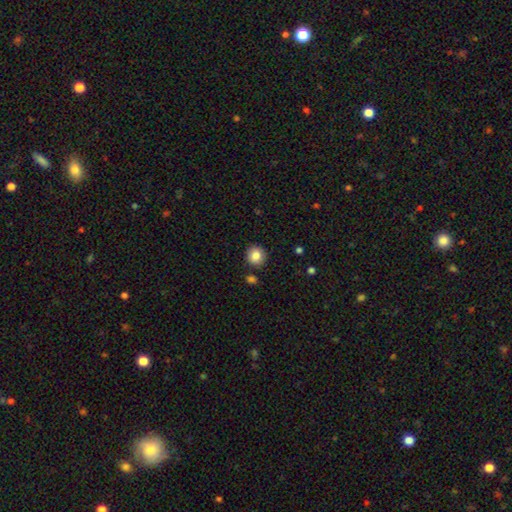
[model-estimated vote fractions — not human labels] smooth-or-featured: smooth: 86% | star or artifact: 9% | featured or disk: 5%
  how-rounded: round: 90% | in between: 10% | cigar-shaped: 1%
  merging: none: 88% | minor disturbance: 7% | merger: 3% | major disturbance: 2%